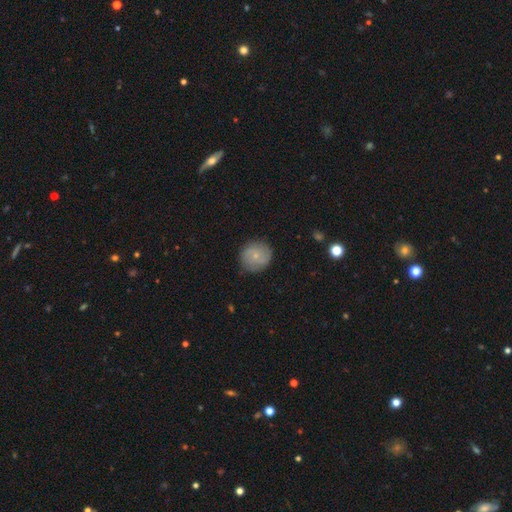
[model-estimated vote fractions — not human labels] Smooth or featured?
  - smooth: 56% *
  - featured or disk: 36%
  - star or artifact: 8%
How rounded?
  - round: 90% *
  - in between: 9%
  - cigar-shaped: 1%
Merging?
  - none: 84% *
  - minor disturbance: 12%
  - major disturbance: 3%
  - merger: 1%